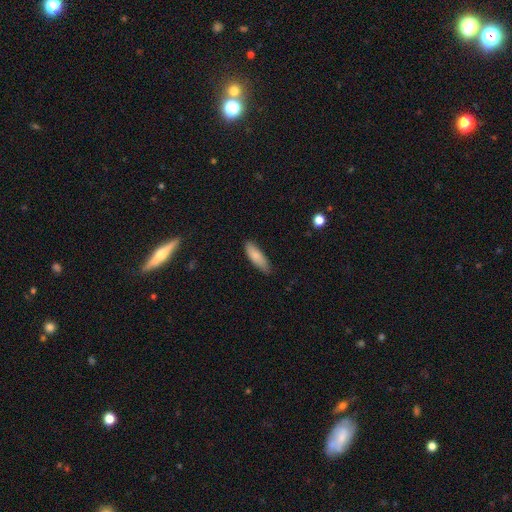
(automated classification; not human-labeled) A smooth galaxy with no disk features (83%) that is cigar-shaped (49%, tied with in between). Merging: none (80%).